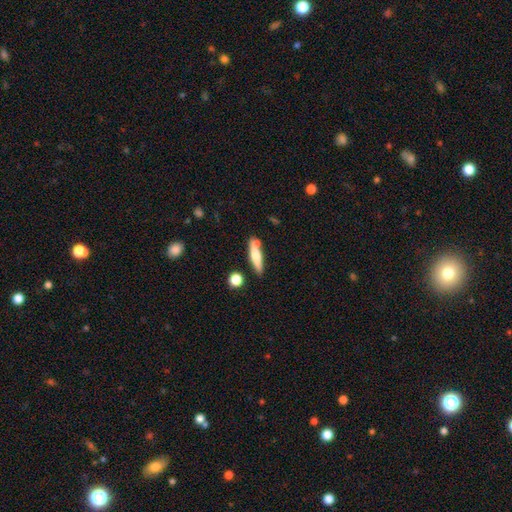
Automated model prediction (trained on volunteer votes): Smooth or featured: smooth — 64% (featured or disk — 29%)
How rounded: cigar-shaped — 77% (in between — 21%)
Merging: none — 69% (minor disturbance — 16%)